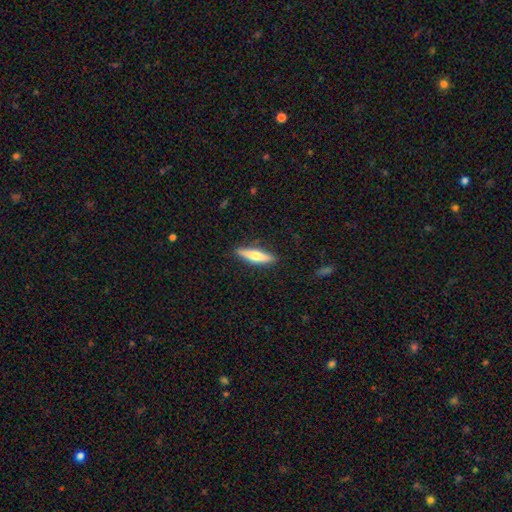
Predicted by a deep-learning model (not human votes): Morphology: type=smooth (57%); roundness=cigar-shaped (78%); merging=none (88%).